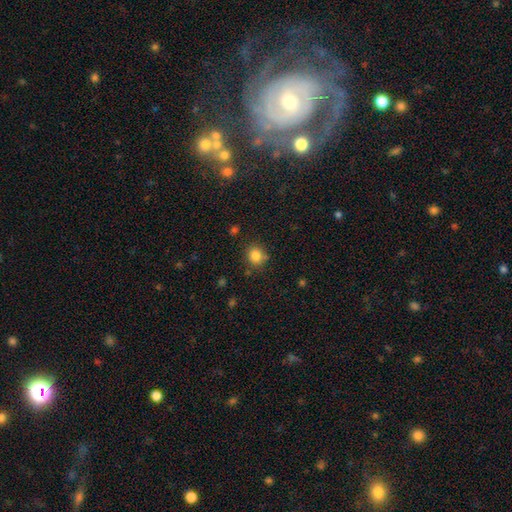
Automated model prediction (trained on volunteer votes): Morphology: type=smooth (83%); roundness=round (83%); merging=none (79%).